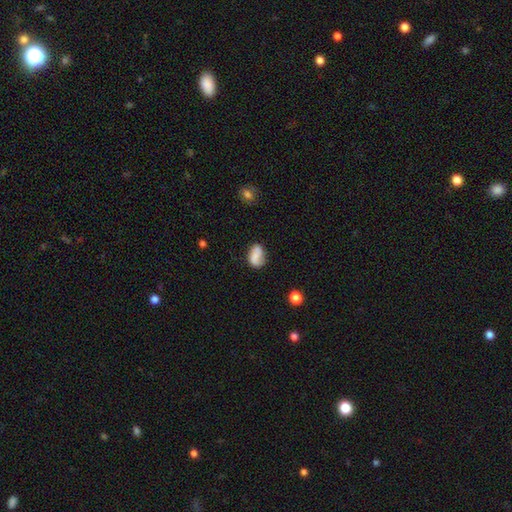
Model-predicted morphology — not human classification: smooth_or_featured: smooth (p=0.67) [alt: featured or disk p=0.24]
how_rounded: in between (p=0.84) [alt: round p=0.14]
merging: none (p=0.60) [alt: minor disturbance p=0.27]